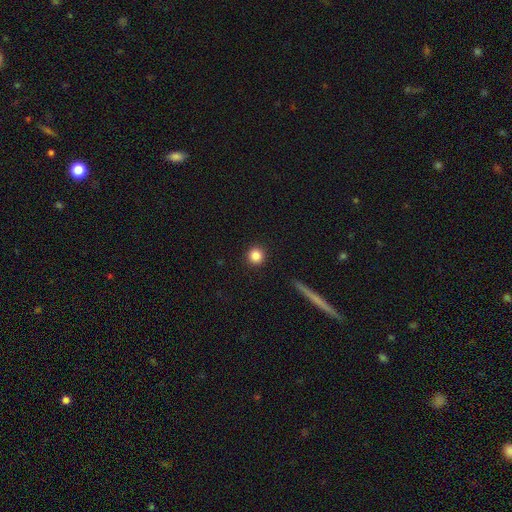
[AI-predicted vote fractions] A smooth galaxy with no disk features (85%) that is round (95%). Merging: none (92%).